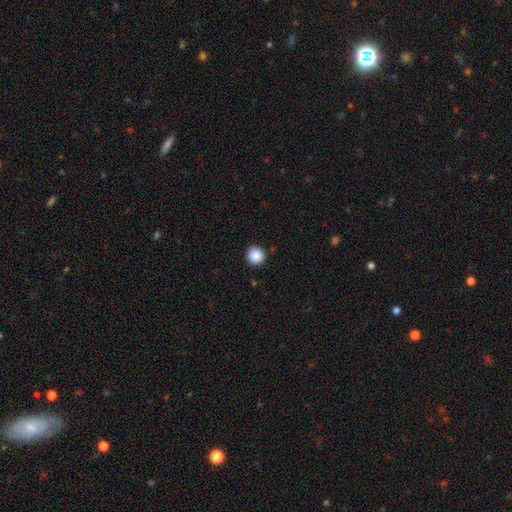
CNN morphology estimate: The model was most divided on "smooth or featured": smooth: 89%, star or artifact: 9%, featured or disk: 3%. More confident: how rounded — round (93%); merging — none (91%).